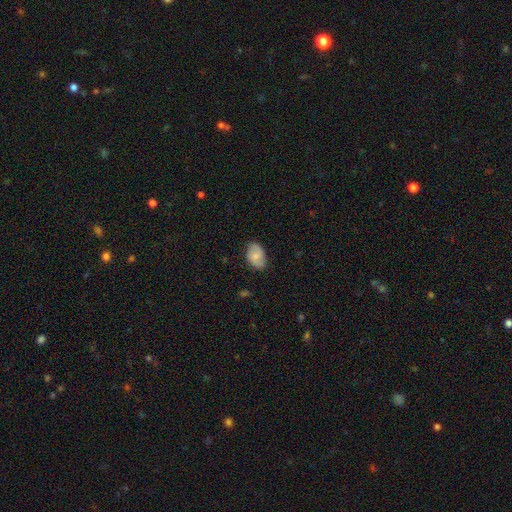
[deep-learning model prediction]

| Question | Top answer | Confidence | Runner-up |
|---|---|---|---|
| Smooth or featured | smooth | 63% | featured or disk (30%) |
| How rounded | in between | 87% | round (11%) |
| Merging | none | 77% | minor disturbance (18%) |